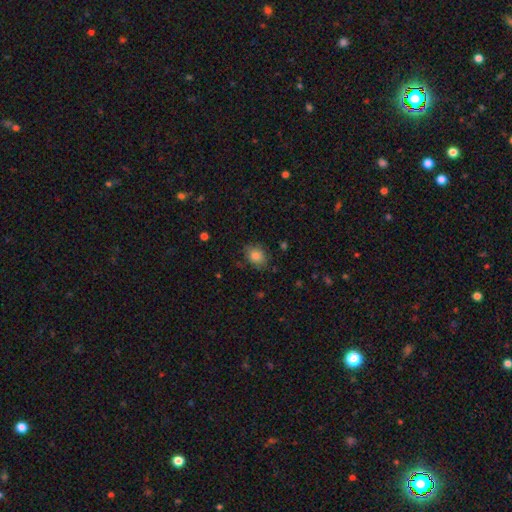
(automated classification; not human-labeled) Smooth or featured: smooth — 83% (star or artifact — 9%)
How rounded: in between — 58% (round — 41%)
Merging: none — 79% (minor disturbance — 16%)